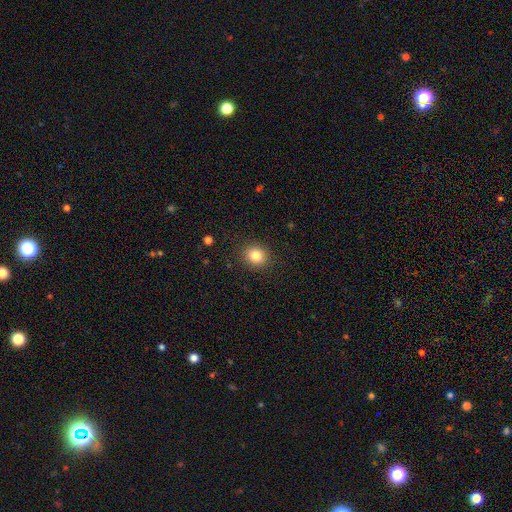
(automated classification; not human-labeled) The model was most divided on "how rounded": round: 81%, in between: 18%, cigar-shaped: 1%. More confident: merging — none (90%); smooth or featured — smooth (83%).